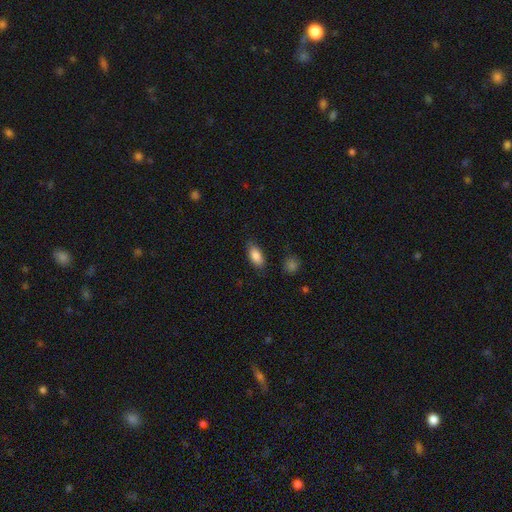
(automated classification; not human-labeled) Smooth or featured? smooth (86%)
How rounded? in between (88%)
Merging? none (83%)